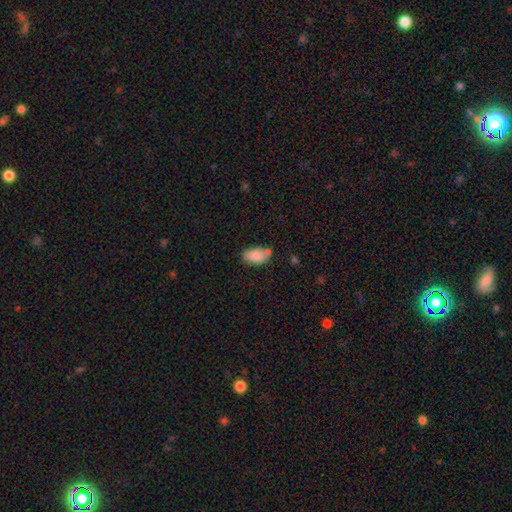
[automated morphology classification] The model was most divided on "merging": none: 59%, minor disturbance: 20%, merger: 17%, major disturbance: 5%. More confident: how rounded — in between (92%); smooth or featured — smooth (86%).